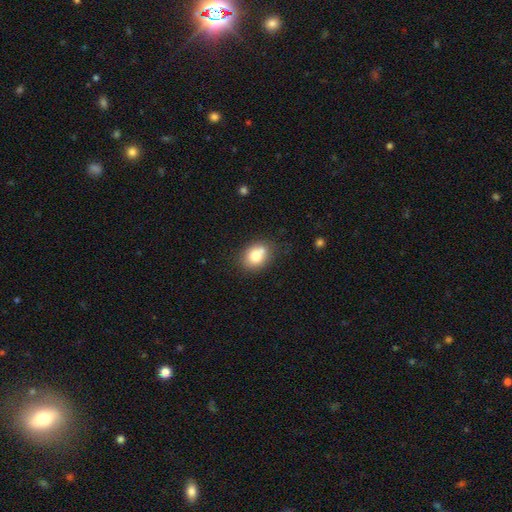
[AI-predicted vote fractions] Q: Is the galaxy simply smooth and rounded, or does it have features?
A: smooth — 77%.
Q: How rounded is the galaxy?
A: in between — 50%.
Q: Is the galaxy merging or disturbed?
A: none — 64%.